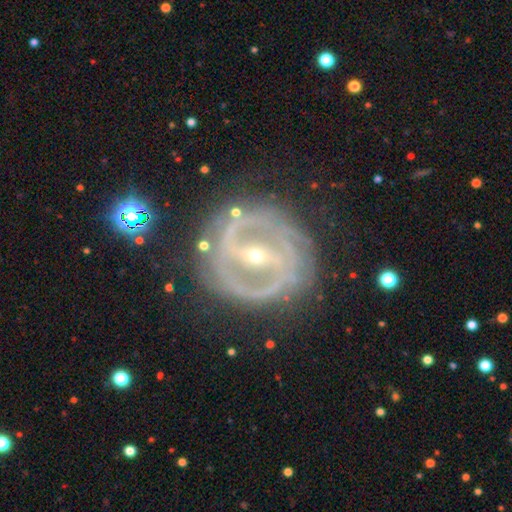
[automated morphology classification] A featured or disk galaxy (86%) with a strong bar (63%), 2 (55%) tight (50%) spiral arms (84%) and a small central bulge (77%).

Vote fractions:
- Smooth or featured? featured or disk: 86% / smooth: 7% / star or artifact: 7%
- Edge-on disk? no: 95% / yes: 5%
- Bar? strong: 63% / weak: 24% / no: 13%
- Spiral arms? yes: 84% / no: 16%
- Spiral winding? tight: 50% / medium: 38% / loose: 12%
- Spiral arm count? 2: 55% / can't tell: 21% / 3: 11% / 4: 5% / 1: 4% / more than 4: 4%
- Bulge size? small: 77% / moderate: 20% / large: 1% / none: 1% / dominant: 1%
- Merging? none: 71% / minor disturbance: 16% / major disturbance: 10% / merger: 2%